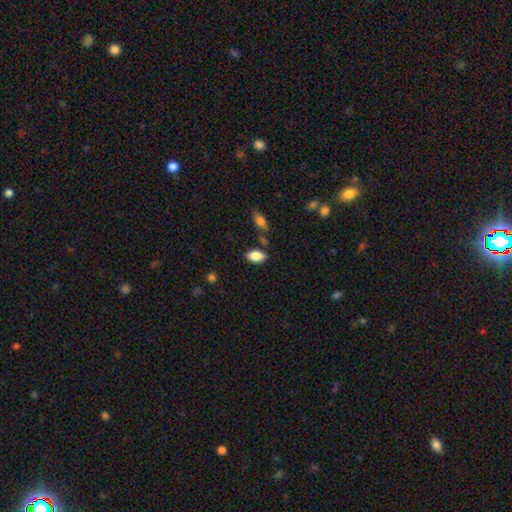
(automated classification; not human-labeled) Overall: smooth (86%). How rounded: in between (92%). Merging: none (79%).